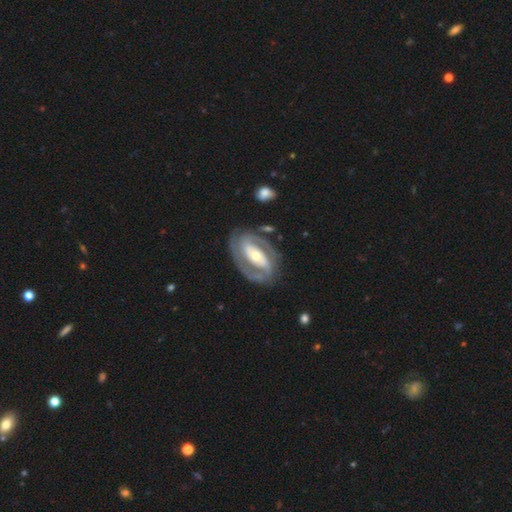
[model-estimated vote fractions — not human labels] Morphology: type=featured or disk (87%); edge-on=no (96%); bar=strong (49%); spiral arms=yes (91%); winding=tight (51%); arm count=2 (85%); bulge=moderate (53%); merging=none (78%).